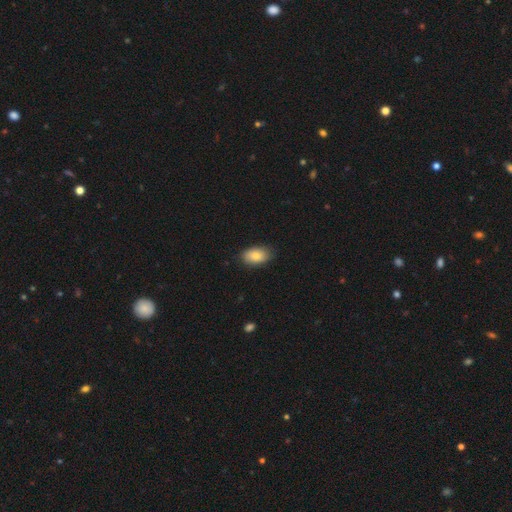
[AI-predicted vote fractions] Smooth or featured? Predicted: smooth (p=0.83). How rounded? Predicted: in between (p=0.91). Merging? Predicted: none (p=0.83).